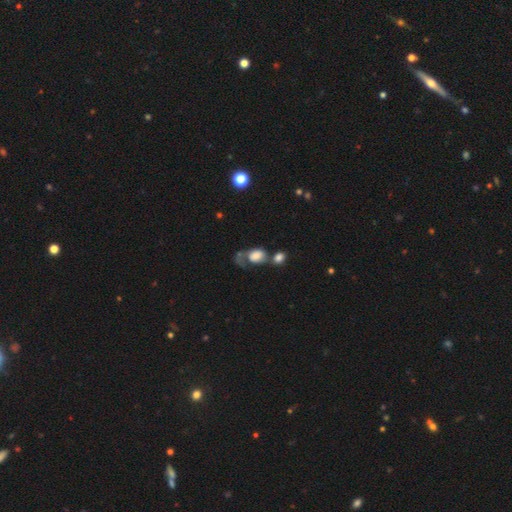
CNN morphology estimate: Q: Smooth or featured?
A: smooth (66%); runner-up: featured or disk (24%)
Q: How rounded?
A: in between (66%); runner-up: round (33%)
Q: Merging?
A: merger (39%); runner-up: major disturbance (27%)